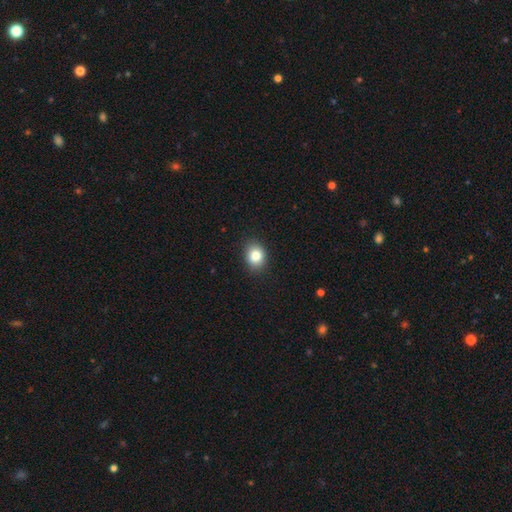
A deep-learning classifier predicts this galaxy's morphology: type=smooth (83%); roundness=in between (51%); merging=none (88%).